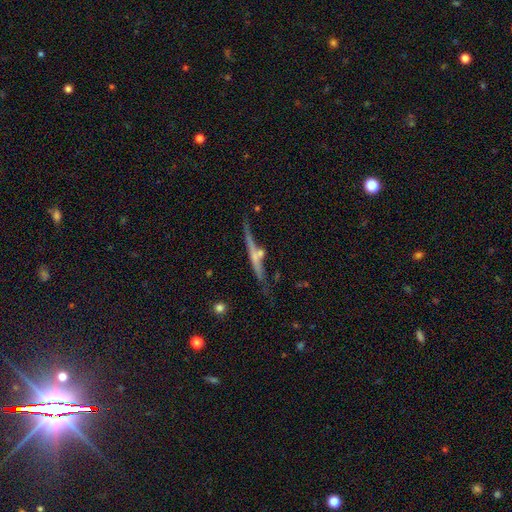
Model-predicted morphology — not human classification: Q: Smooth or featured?
A: featured or disk (64%); runner-up: smooth (28%)
Q: Edge-on disk?
A: yes (92%); runner-up: no (8%)
Q: Edge-on bulge?
A: rounded (47%); runner-up: none (43%)
Q: Merging?
A: none (61%); runner-up: minor disturbance (18%)